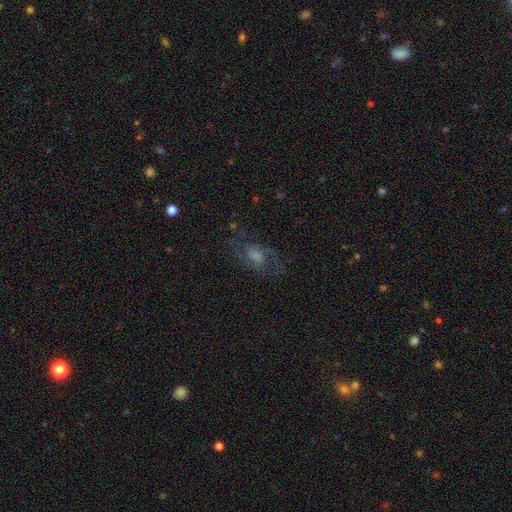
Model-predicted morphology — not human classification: smooth_or_featured: featured or disk (p=0.59) [alt: smooth p=0.28]
disk_edge_on: no (p=0.95) [alt: yes p=0.05]
bar: weak (p=0.45) [alt: no p=0.44]
has_spiral_arms: yes (p=0.82) [alt: no p=0.18]
bulge_size: moderate (p=0.34) [alt: small p=0.29]
merging: none (p=0.63) [alt: minor disturbance p=0.18]